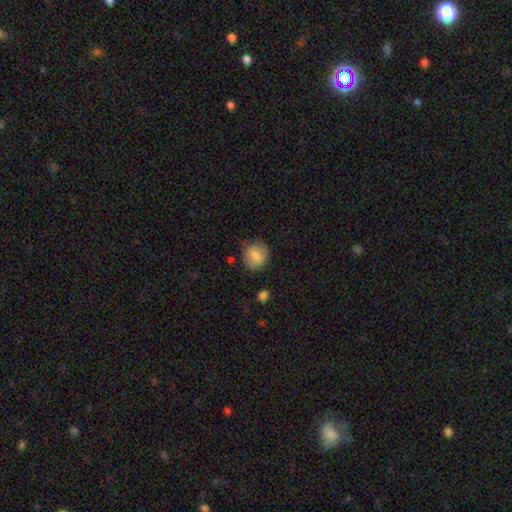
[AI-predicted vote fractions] Smooth or featured: smooth — 79% (featured or disk — 13%)
How rounded: round — 81% (in between — 18%)
Merging: none — 71% (minor disturbance — 22%)